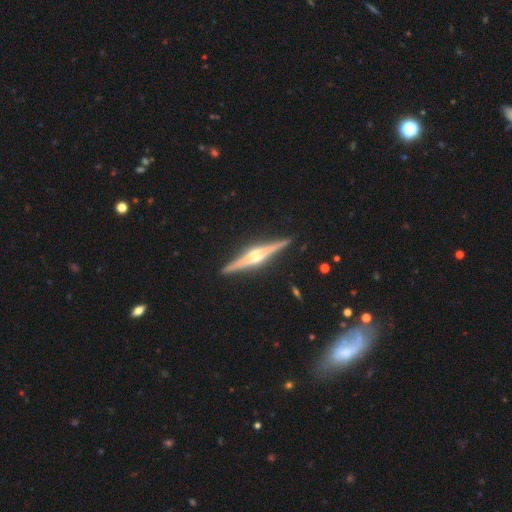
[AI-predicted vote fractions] A featured or disk galaxy (85%) viewed edge-on (98%) with a rounded central bulge (89%). Merging: none (91%).